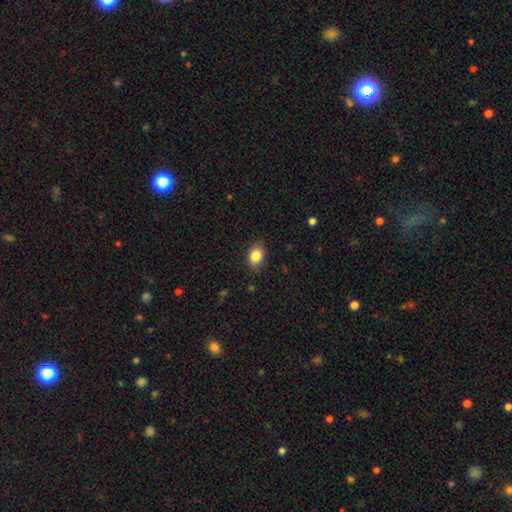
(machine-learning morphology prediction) A smooth galaxy with no disk features (86%) that is in between round and cigar-shaped (75%).

Vote fractions:
- Smooth or featured? smooth: 86% / star or artifact: 8% / featured or disk: 6%
- How rounded? in between: 75% / round: 23% / cigar-shaped: 1%
- Merging? none: 85% / minor disturbance: 11% / major disturbance: 3% / merger: 1%